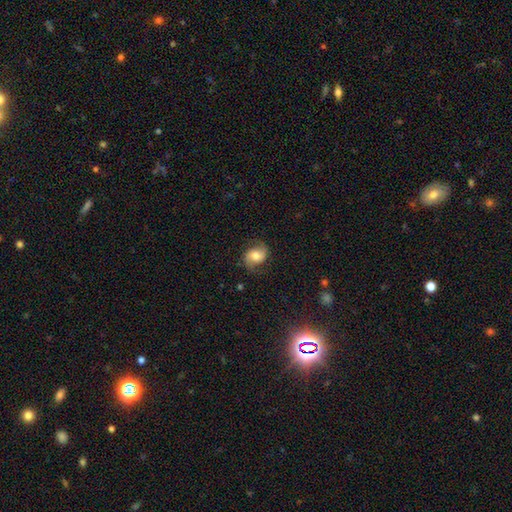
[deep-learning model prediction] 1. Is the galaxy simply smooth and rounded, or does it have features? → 60% featured or disk, 31% smooth, 9% star or artifact.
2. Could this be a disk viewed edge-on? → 97% no, 3% yes.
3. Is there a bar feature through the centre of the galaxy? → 58% no, 33% weak, 9% strong.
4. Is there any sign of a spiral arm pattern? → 92% yes, 8% no.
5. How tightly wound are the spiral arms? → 45% loose, 41% medium, 15% tight.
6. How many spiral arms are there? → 91% 2, 4% can't tell, 3% 1, 1% 3, 1% 4, 1% more than 4.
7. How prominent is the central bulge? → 56% moderate, 20% large, 18% small, 4% none, 3% dominant.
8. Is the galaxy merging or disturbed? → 75% none, 17% minor disturbance, 7% major disturbance, 1% merger.